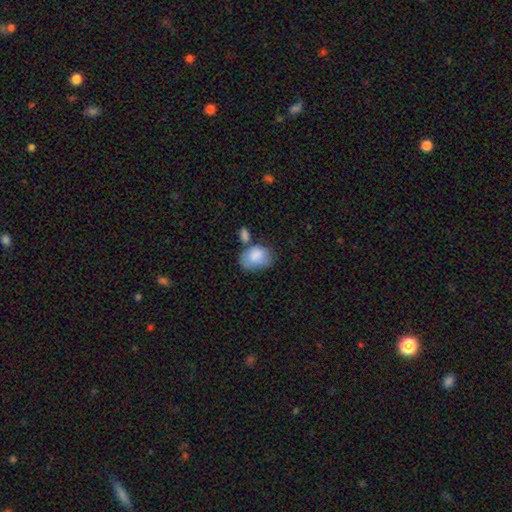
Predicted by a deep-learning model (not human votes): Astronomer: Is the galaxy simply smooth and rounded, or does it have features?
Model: smooth — 80%.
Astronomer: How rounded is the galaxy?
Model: in between — 76%.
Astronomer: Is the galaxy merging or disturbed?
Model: none — 35% (runner-up: merger, 26%).